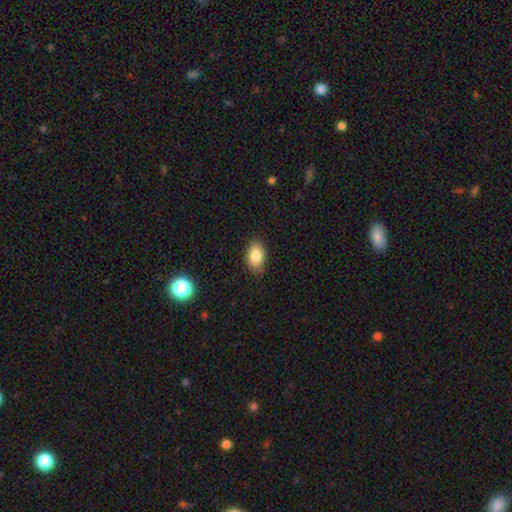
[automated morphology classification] Smooth or featured?
  - smooth: 83% *
  - featured or disk: 8%
  - star or artifact: 8%
How rounded?
  - in between: 90% *
  - round: 9%
  - cigar-shaped: 2%
Merging?
  - none: 84% *
  - minor disturbance: 12%
  - major disturbance: 2%
  - merger: 1%